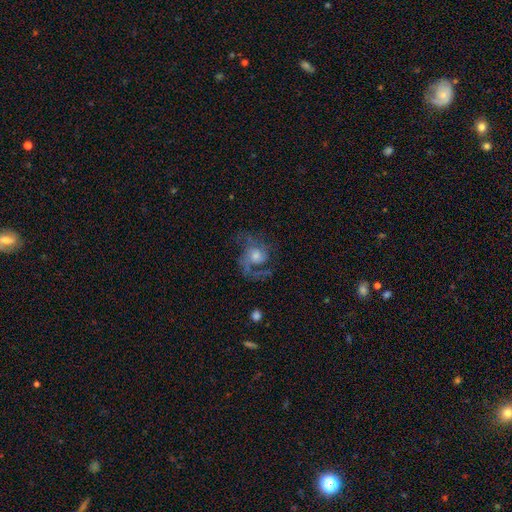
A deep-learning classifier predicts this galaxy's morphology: type=featured or disk (75%); edge-on=no (97%); bar=no (72%); spiral arms=yes (89%); winding=medium (48%); arm count=2 (47%); bulge=moderate (52%); merging=none (53%).